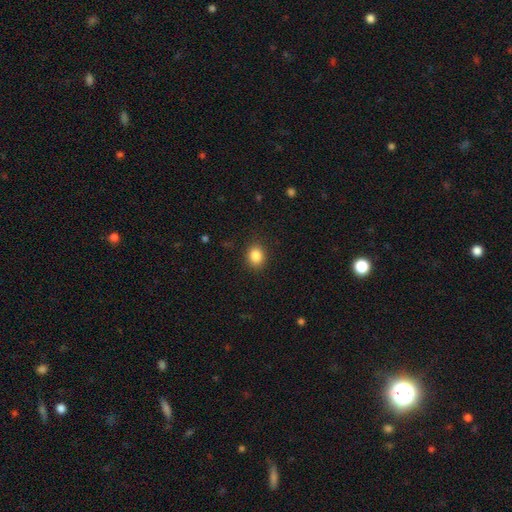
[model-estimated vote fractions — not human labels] A smooth galaxy with no disk features (86%) that is round (64%).

Vote fractions:
- Smooth or featured? smooth: 86% / star or artifact: 10% / featured or disk: 4%
- How rounded? round: 64% / in between: 35% / cigar-shaped: 1%
- Merging? none: 87% / minor disturbance: 9% / major disturbance: 3% / merger: 1%